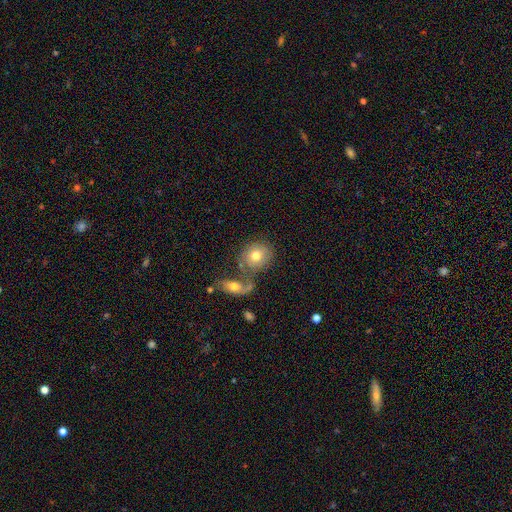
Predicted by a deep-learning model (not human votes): A smooth galaxy with no disk features (68%) that is round (68%). Merging: none (41%).